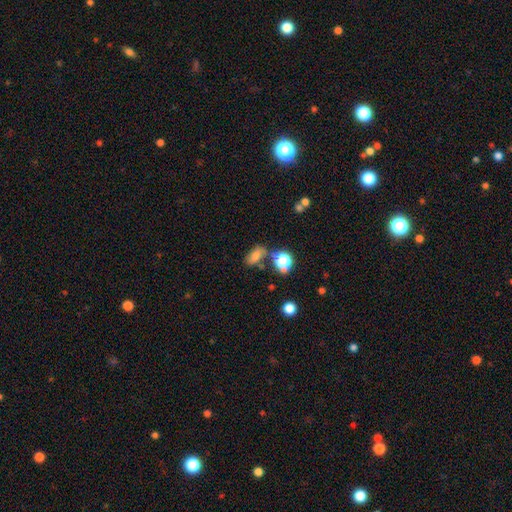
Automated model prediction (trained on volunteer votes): Smooth or featured?
  - smooth: 65% *
  - star or artifact: 19%
  - featured or disk: 16%
How rounded?
  - in between: 79% *
  - round: 15%
  - cigar-shaped: 7%
Merging?
  - none: 51% *
  - minor disturbance: 21%
  - merger: 17%
  - major disturbance: 11%